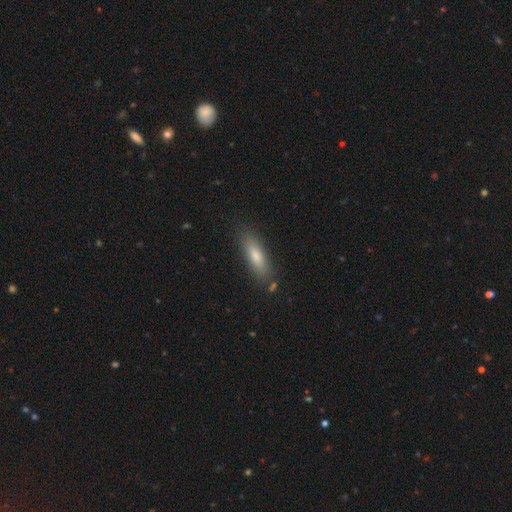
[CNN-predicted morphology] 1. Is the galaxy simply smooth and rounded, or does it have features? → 72% smooth, 20% featured or disk, 8% star or artifact.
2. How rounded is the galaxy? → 61% cigar-shaped, 38% in between, 2% round.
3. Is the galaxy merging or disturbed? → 83% none, 12% minor disturbance, 3% merger, 3% major disturbance.